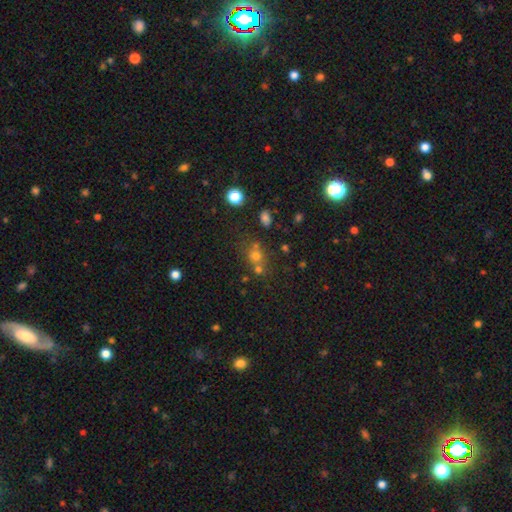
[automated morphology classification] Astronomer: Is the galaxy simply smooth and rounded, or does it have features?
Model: smooth — 60%.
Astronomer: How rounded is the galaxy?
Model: round — 82%.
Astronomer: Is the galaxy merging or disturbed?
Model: none — 52% (runner-up: merger, 33%).